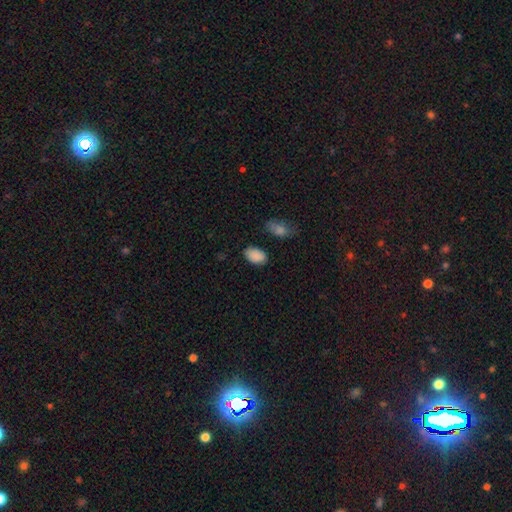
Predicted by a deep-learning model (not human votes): Smooth or featured? Predicted: smooth (p=0.89). How rounded? Predicted: in between (p=0.91). Merging? Predicted: none (p=0.80).